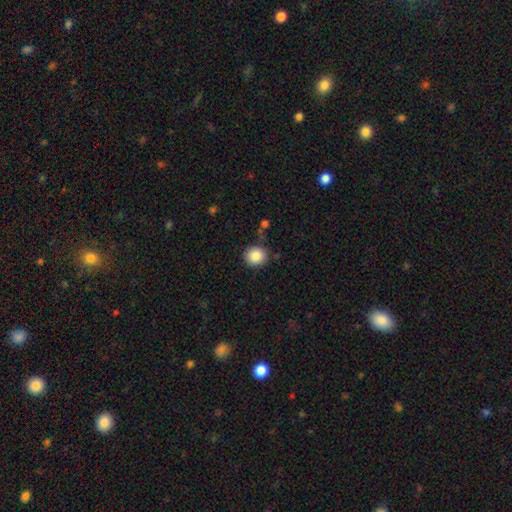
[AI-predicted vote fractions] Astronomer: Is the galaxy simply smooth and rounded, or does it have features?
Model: smooth — 87%.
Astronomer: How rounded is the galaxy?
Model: round — 88%.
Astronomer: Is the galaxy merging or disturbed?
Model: none — 84%.